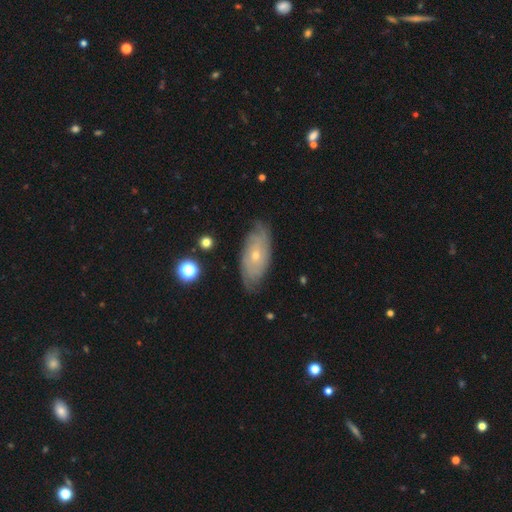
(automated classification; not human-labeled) Smooth or featured?
  - featured or disk: 73% *
  - smooth: 20%
  - star or artifact: 7%
Edge-on disk?
  - no: 90% *
  - yes: 10%
Bar?
  - no: 77% *
  - weak: 20%
  - strong: 4%
Spiral arms?
  - yes: 89% *
  - no: 11%
Spiral winding?
  - tight: 71% *
  - medium: 22%
  - loose: 7%
Spiral arm count?
  - can't tell: 50% *
  - 2: 25%
  - 3: 11%
  - 4: 7%
  - more than 4: 4%
  - 1: 4%
Bulge size?
  - small: 66% *
  - moderate: 31%
  - none: 1%
  - large: 1%
  - dominant: 1%
Merging?
  - none: 78% *
  - minor disturbance: 17%
  - major disturbance: 4%
  - merger: 1%